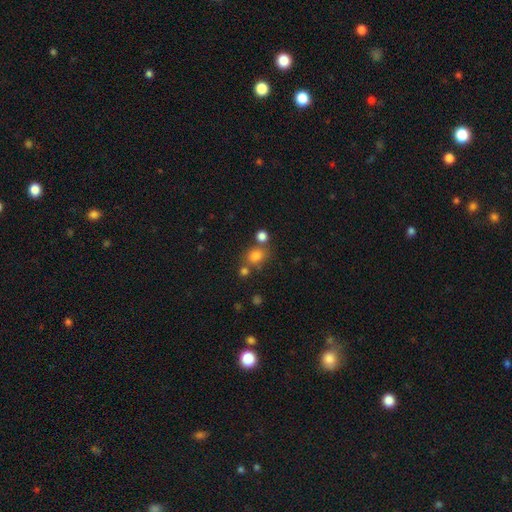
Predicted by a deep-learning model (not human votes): This is likely a smooth galaxy (79%). How rounded: likely round (68%). Merging: likely none (64%).